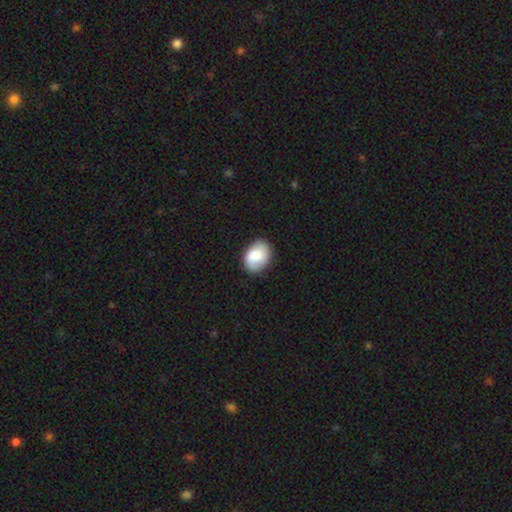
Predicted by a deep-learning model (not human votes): Overall: smooth (81%). How rounded: in between (74%). Merging: none (81%).